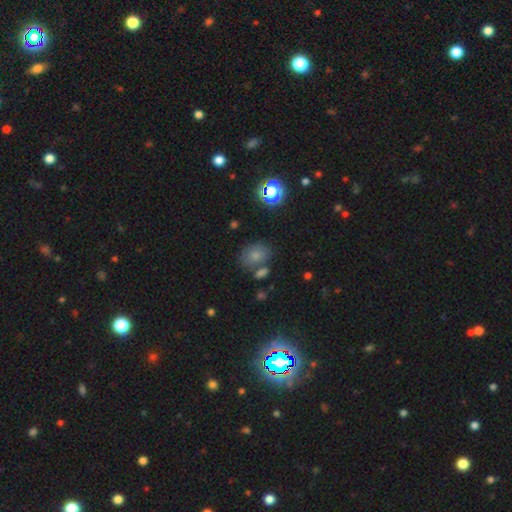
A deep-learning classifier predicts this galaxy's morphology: A smooth galaxy with no disk features (73%) that is in between round and cigar-shaped (60%).

Vote fractions:
- Smooth or featured? smooth: 73% / star or artifact: 16% / featured or disk: 11%
- How rounded? in between: 60% / round: 39% / cigar-shaped: 1%
- Merging? none: 62% / merger: 16% / minor disturbance: 16% / major disturbance: 6%